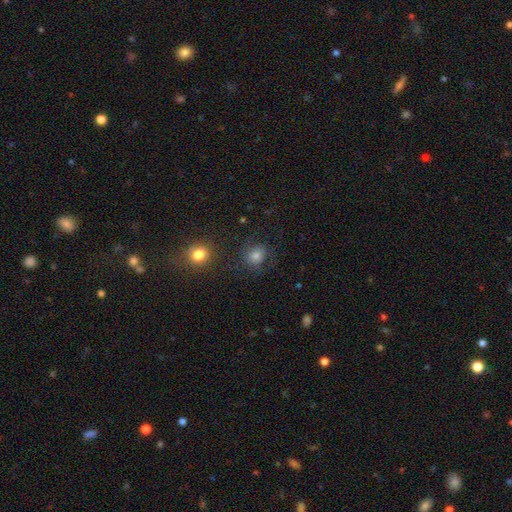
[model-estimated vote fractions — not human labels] Smooth or featured: smooth — 67% (star or artifact — 19%)
How rounded: round — 82% (in between — 17%)
Merging: none — 75% (minor disturbance — 14%)